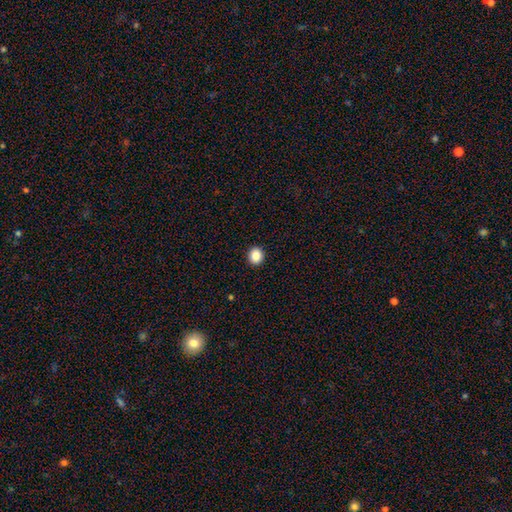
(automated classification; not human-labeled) Smooth or featured? smooth (87%)
How rounded? round (78%)
Merging? none (93%)